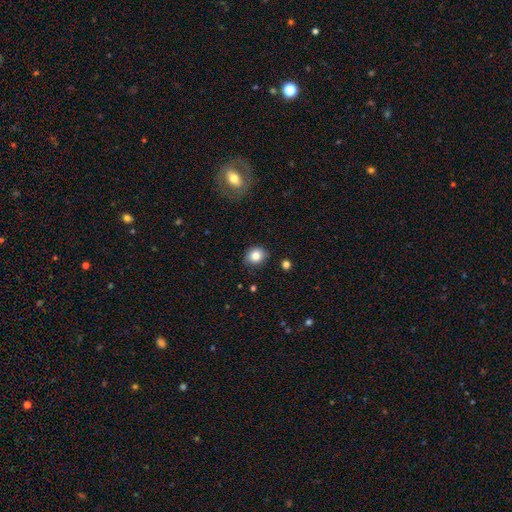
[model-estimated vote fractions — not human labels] Morphology: type=smooth (82%); roundness=round (70%); merging=none (85%).